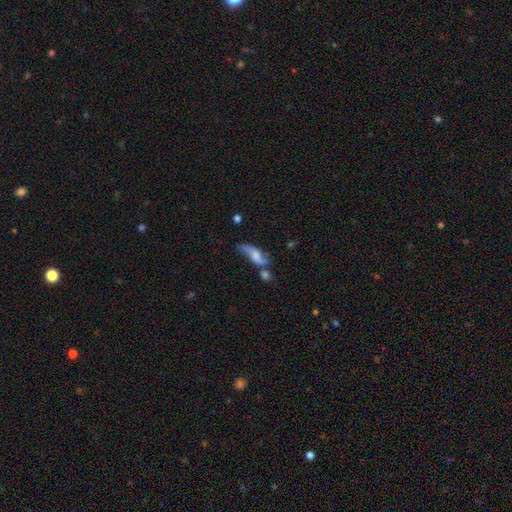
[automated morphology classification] Q: Smooth or featured?
A: featured or disk (54%); runner-up: smooth (37%)
Q: Edge-on disk?
A: no (79%); runner-up: yes (21%)
Q: Merging?
A: none (43%); runner-up: minor disturbance (23%)